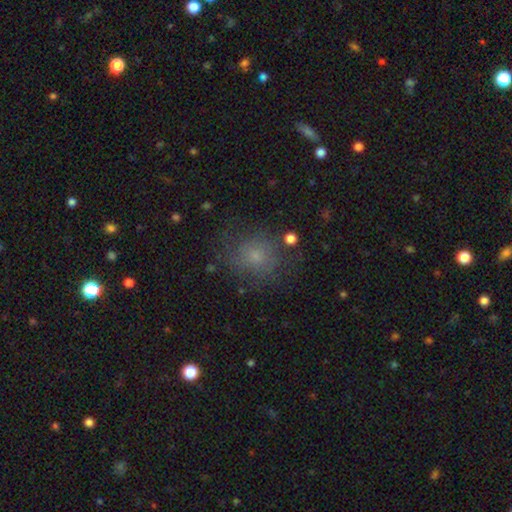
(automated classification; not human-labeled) smooth-or-featured: smooth: 62% | featured or disk: 20% | star or artifact: 18%
  how-rounded: round: 80% | in between: 19% | cigar-shaped: 1%
  merging: none: 67% | minor disturbance: 18% | major disturbance: 12% | merger: 2%